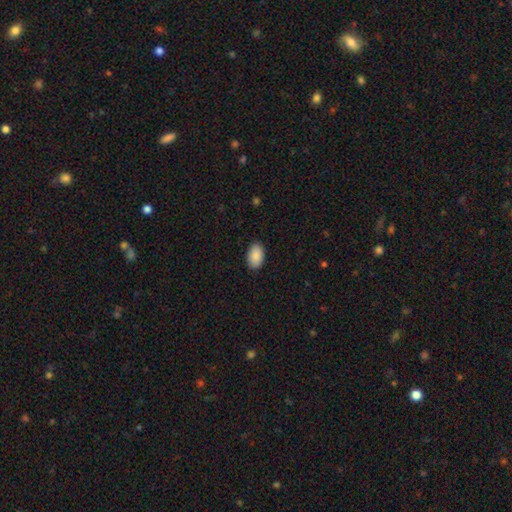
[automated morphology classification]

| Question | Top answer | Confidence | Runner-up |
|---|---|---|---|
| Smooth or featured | smooth | 90% | star or artifact (6%) |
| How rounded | in between | 94% | round (5%) |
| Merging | none | 90% | minor disturbance (8%) |